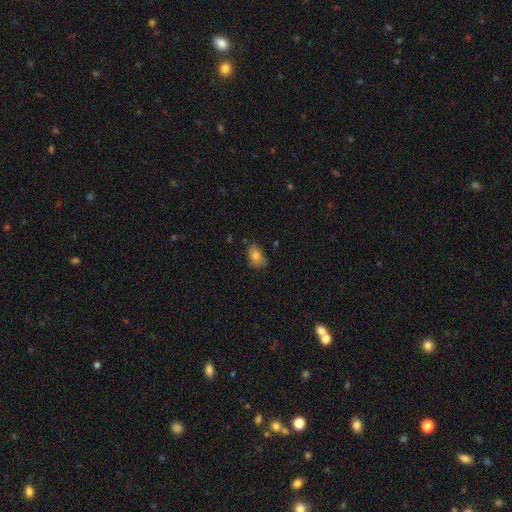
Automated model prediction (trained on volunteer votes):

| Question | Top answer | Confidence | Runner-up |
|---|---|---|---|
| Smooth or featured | smooth | 80% | featured or disk (10%) |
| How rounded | in between | 78% | round (20%) |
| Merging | none | 67% | minor disturbance (25%) |